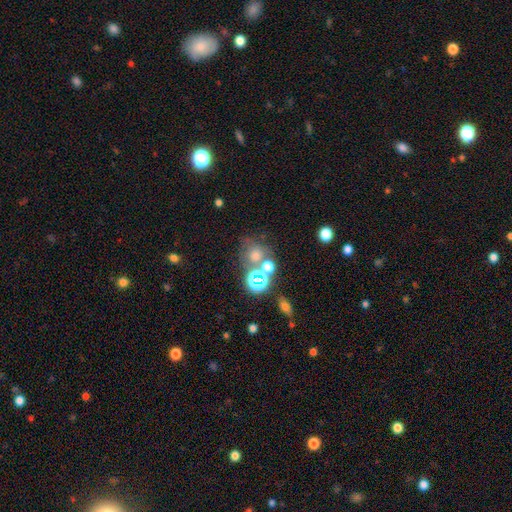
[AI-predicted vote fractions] Overall: smooth (49%; star or artifact 36%). Merging: none (53%; merger 28%).